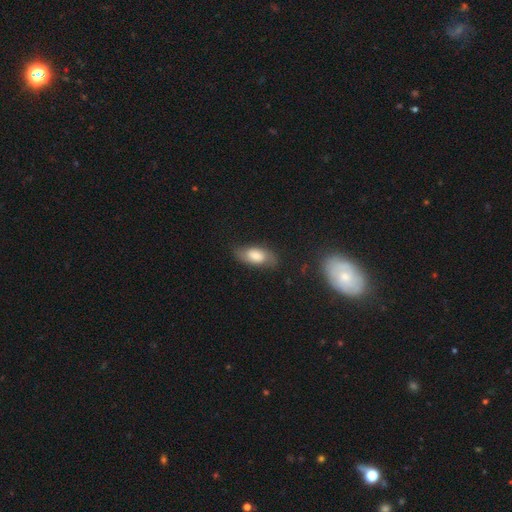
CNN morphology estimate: The model was most divided on "smooth or featured": smooth: 63%, featured or disk: 29%, star or artifact: 8%. More confident: how rounded — in between (88%); merging — none (71%).